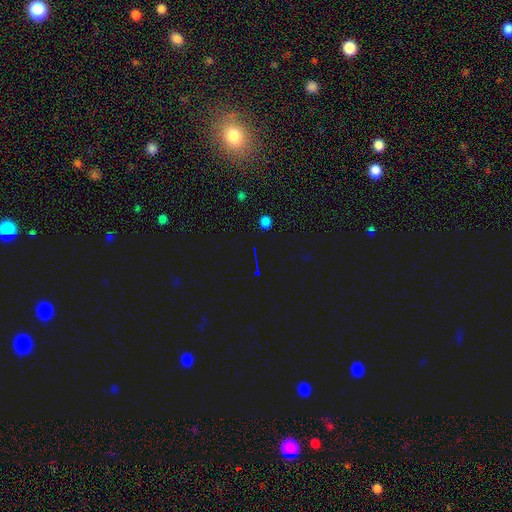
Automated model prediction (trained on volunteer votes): Smooth or featured: star or artifact — 71% (smooth — 19%)